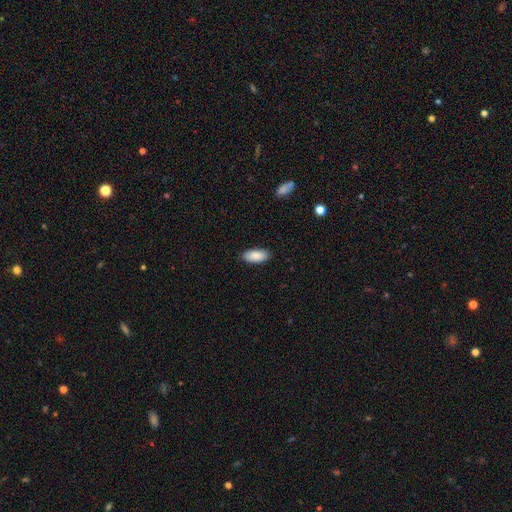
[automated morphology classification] Smooth or featured? Predicted: smooth (p=0.88). How rounded? Predicted: in between (p=0.91). Merging? Predicted: none (p=0.89).